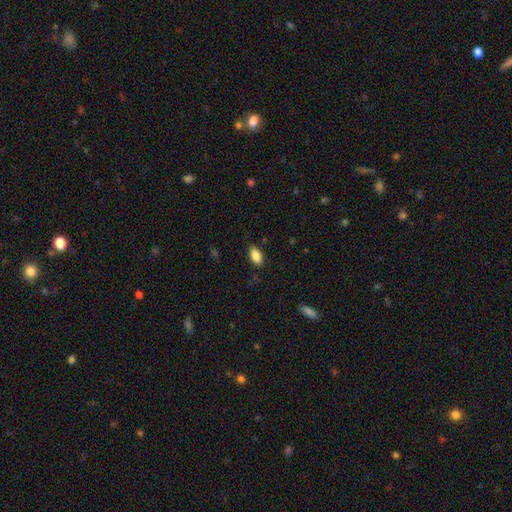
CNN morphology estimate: smooth-or-featured: smooth: 87% | star or artifact: 8% | featured or disk: 6%
  how-rounded: in between: 92% | cigar-shaped: 5% | round: 3%
  merging: none: 86% | minor disturbance: 11% | major disturbance: 2% | merger: 1%